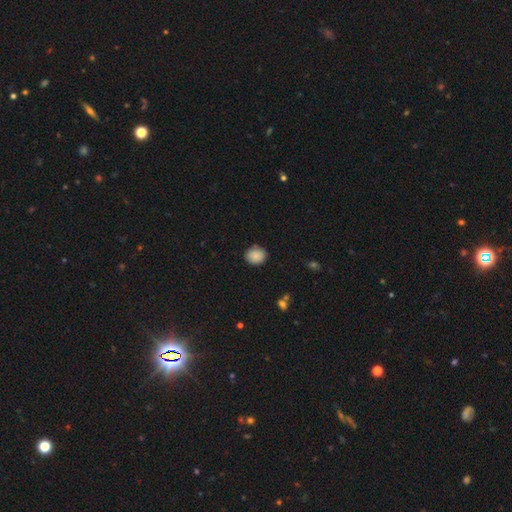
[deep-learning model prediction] Smooth or featured? Predicted: smooth (p=0.88). How rounded? Predicted: round (p=0.70). Merging? Predicted: none (p=0.86).